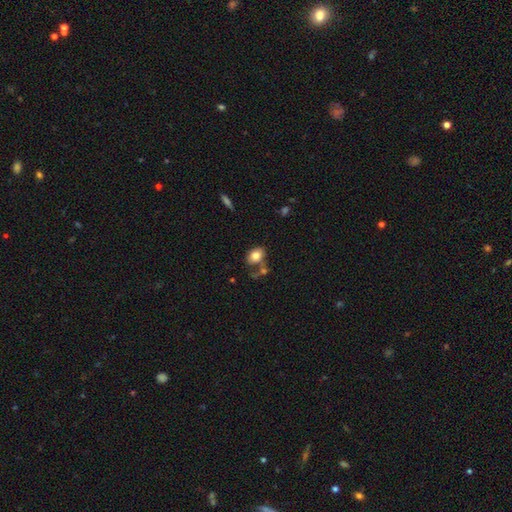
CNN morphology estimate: Q: Smooth or featured?
A: smooth (79%); runner-up: featured or disk (12%)
Q: How rounded?
A: in between (81%); runner-up: round (17%)
Q: Merging?
A: none (55%); runner-up: merger (21%)